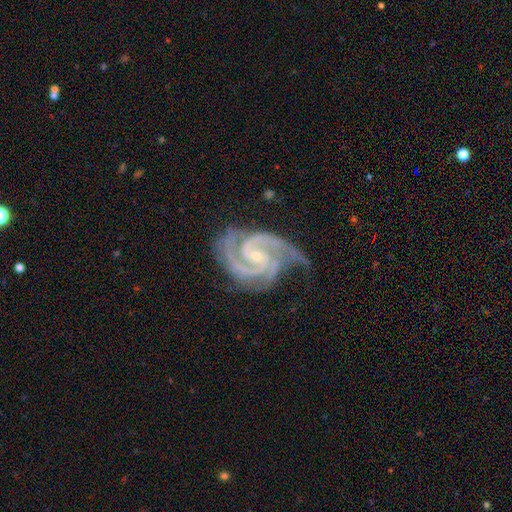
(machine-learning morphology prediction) smooth_or_featured: featured or disk (p=0.94) [alt: star or artifact p=0.04]
disk_edge_on: no (p=0.98) [alt: yes p=0.02]
bar: no (p=0.47) [alt: weak p=0.37]
has_spiral_arms: yes (p=0.99) [alt: no p=0.01]
spiral_winding: tight (p=0.54) [alt: medium p=0.42]
spiral_arm_count: 2 (p=0.51) [alt: 3 p=0.35]
bulge_size: small (p=0.76) [alt: moderate p=0.19]
merging: none (p=0.64) [alt: minor disturbance p=0.25]